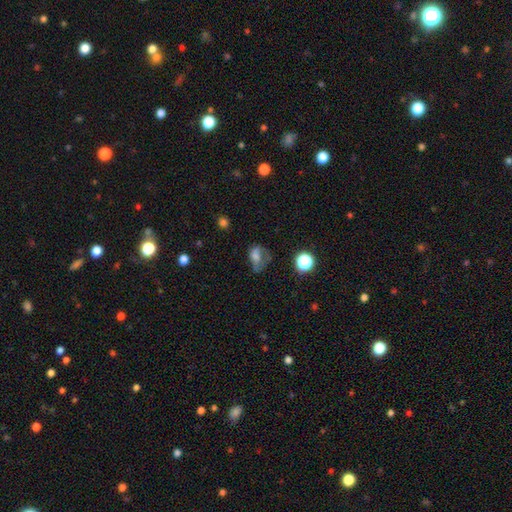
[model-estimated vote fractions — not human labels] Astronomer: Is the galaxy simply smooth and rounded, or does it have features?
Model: smooth — 57%.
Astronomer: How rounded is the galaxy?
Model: in between — 68%.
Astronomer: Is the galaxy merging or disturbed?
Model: major disturbance — 39% (runner-up: none, 31%).